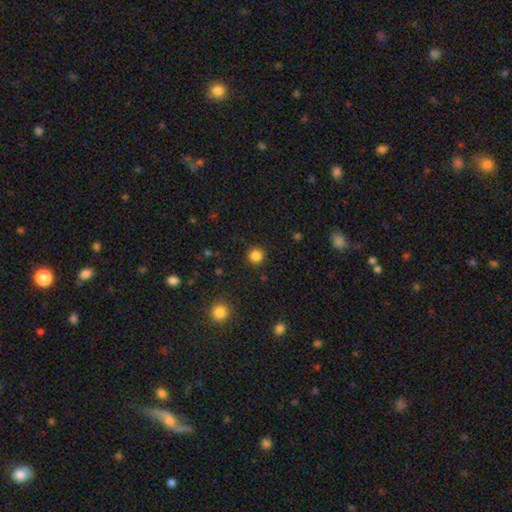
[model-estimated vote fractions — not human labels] A smooth galaxy with no disk features (84%) that is round (95%). Merging: none (91%).